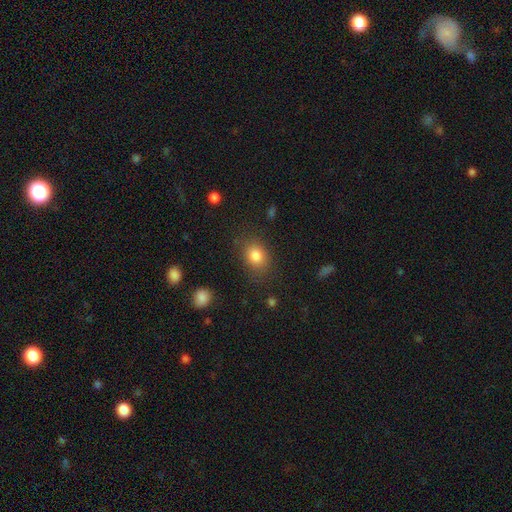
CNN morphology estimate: Smooth or featured? smooth (82%)
How rounded? in between (59%)
Merging? none (79%)